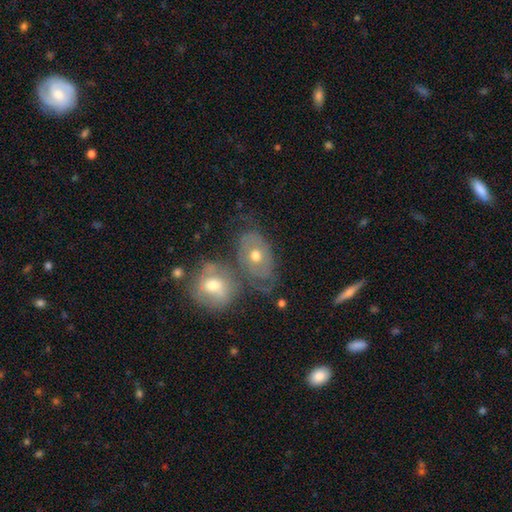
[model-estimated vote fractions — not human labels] This appears to be a featured or disk galaxy (52%). Merging: none (40%).